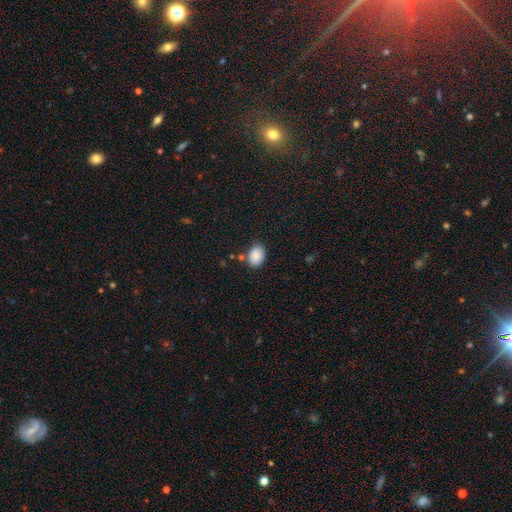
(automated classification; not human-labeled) Overall: smooth (88%). How rounded: in between (73%). Merging: none (79%).